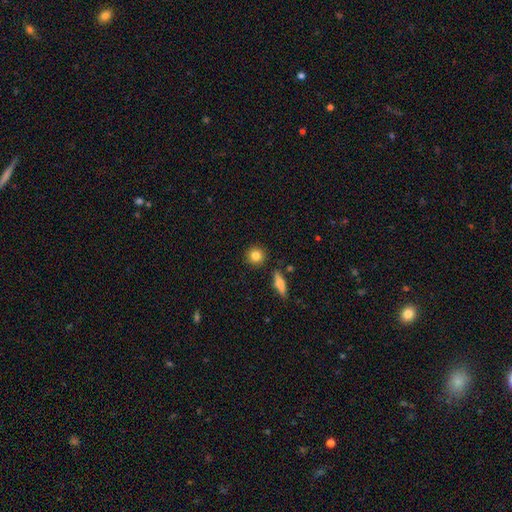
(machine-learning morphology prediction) This appears to be a smooth galaxy with no disk features (83%) that is round (89%). Merging: none (89%).